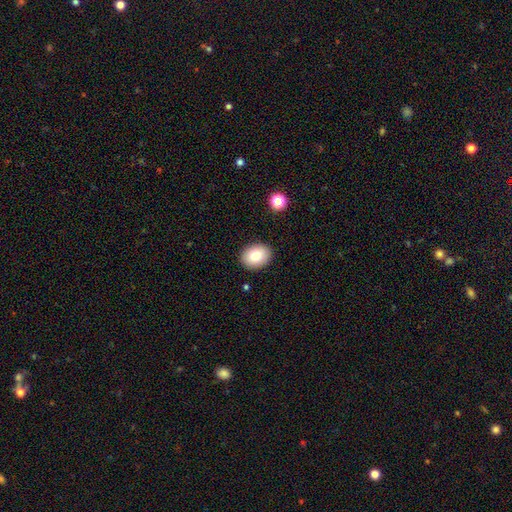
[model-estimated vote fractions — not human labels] Smooth or featured?
  - smooth: 80% *
  - featured or disk: 11%
  - star or artifact: 9%
How rounded?
  - in between: 58% *
  - round: 41%
  - cigar-shaped: 1%
Merging?
  - none: 89% *
  - minor disturbance: 7%
  - major disturbance: 2%
  - merger: 1%